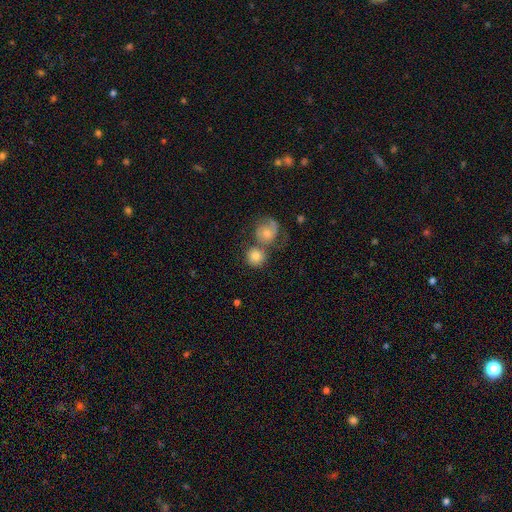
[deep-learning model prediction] Morphology: type=smooth (78%); roundness=round (86%); merging=none (44%).